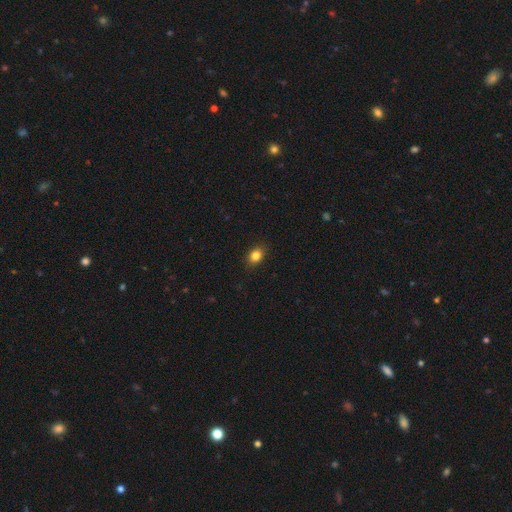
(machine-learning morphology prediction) Q: Smooth or featured?
A: smooth (84%); runner-up: star or artifact (10%)
Q: How rounded?
A: in between (67%); runner-up: round (32%)
Q: Merging?
A: none (88%); runner-up: minor disturbance (9%)